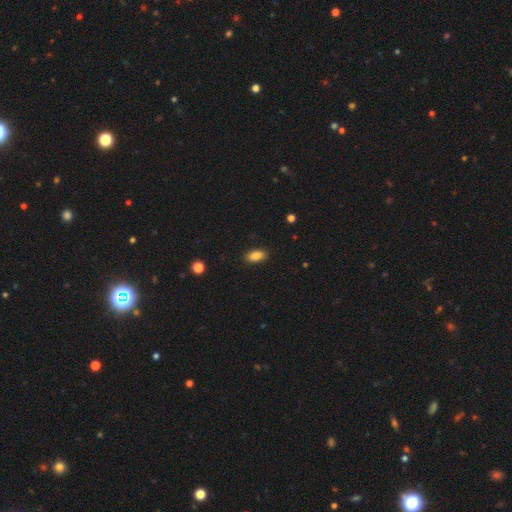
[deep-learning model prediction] This is clearly a smooth galaxy (87%). How rounded: clearly in between (90%). Merging: clearly none (88%).